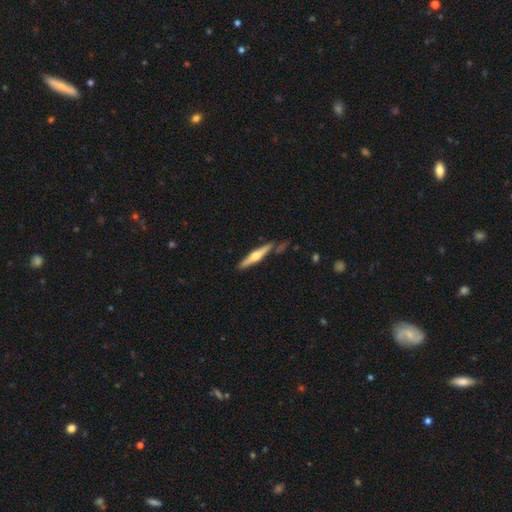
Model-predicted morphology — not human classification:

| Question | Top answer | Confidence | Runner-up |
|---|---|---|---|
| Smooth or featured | featured or disk | 67% | smooth (28%) |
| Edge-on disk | yes | 97% | no (3%) |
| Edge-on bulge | rounded | 93% | boxy (4%) |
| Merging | none | 81% | minor disturbance (12%) |